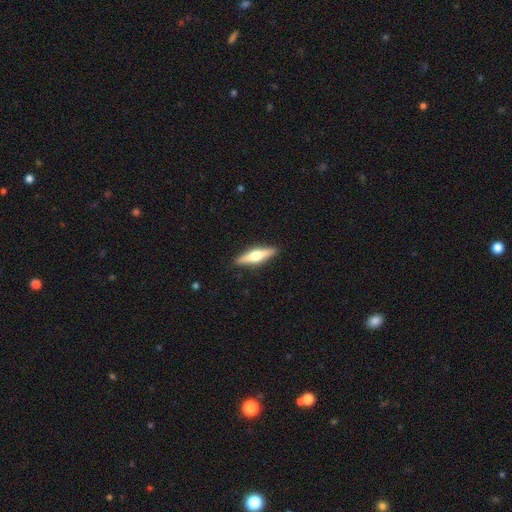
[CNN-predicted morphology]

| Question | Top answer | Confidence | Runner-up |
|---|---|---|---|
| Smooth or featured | featured or disk | 57% | smooth (37%) |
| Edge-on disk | yes | 96% | no (4%) |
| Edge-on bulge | rounded | 94% | boxy (4%) |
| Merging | none | 90% | minor disturbance (7%) |